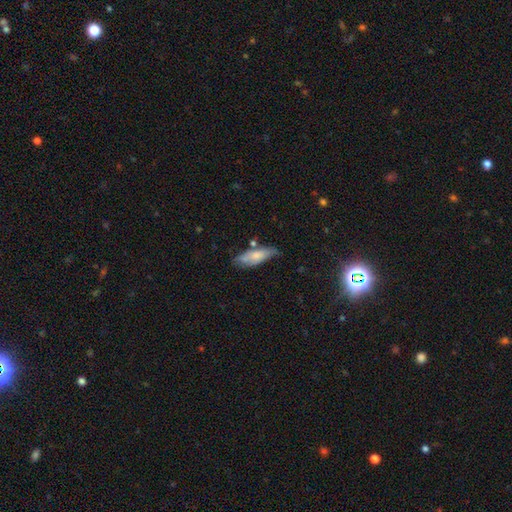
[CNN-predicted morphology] A smooth galaxy with no disk features (69%) that is in between round and cigar-shaped (62%).

Vote fractions:
- Smooth or featured? smooth: 69% / featured or disk: 24% / star or artifact: 6%
- How rounded? in between: 62% / cigar-shaped: 36% / round: 2%
- Merging? none: 51% / minor disturbance: 31% / merger: 9% / major disturbance: 8%